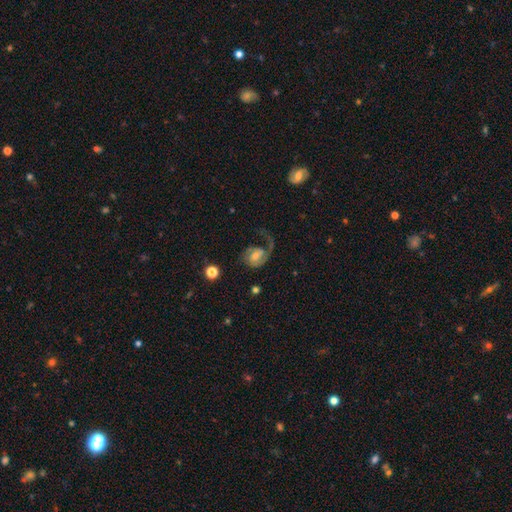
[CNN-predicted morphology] Q: Smooth or featured?
A: featured or disk (77%); runner-up: smooth (17%)
Q: Edge-on disk?
A: no (98%); runner-up: yes (2%)
Q: Bar?
A: no (50%); runner-up: weak (40%)
Q: Spiral arms?
A: yes (93%); runner-up: no (7%)
Q: Spiral winding?
A: loose (43%); runner-up: medium (38%)
Q: Spiral arm count?
A: 1 (56%); runner-up: 2 (36%)
Q: Bulge size?
A: moderate (56%); runner-up: small (35%)
Q: Merging?
A: major disturbance (41%); runner-up: none (39%)